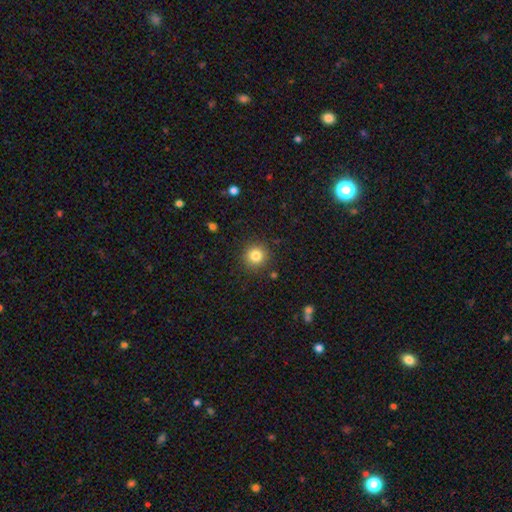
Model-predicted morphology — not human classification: This is clearly a smooth galaxy (82%). How rounded: clearly round (94%). Merging: clearly none (90%).